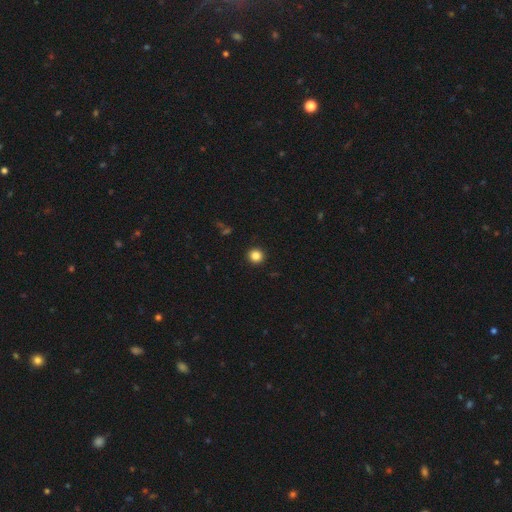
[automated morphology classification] A smooth galaxy with no disk features (85%) that is round (94%). Merging: none (93%).